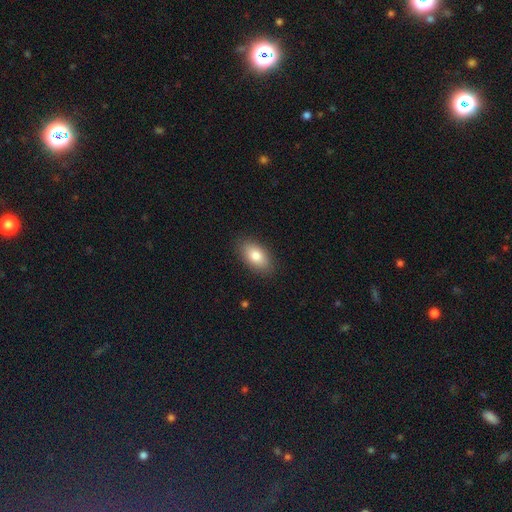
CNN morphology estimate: Overall: smooth (82%). How rounded: in between (92%). Merging: none (88%).